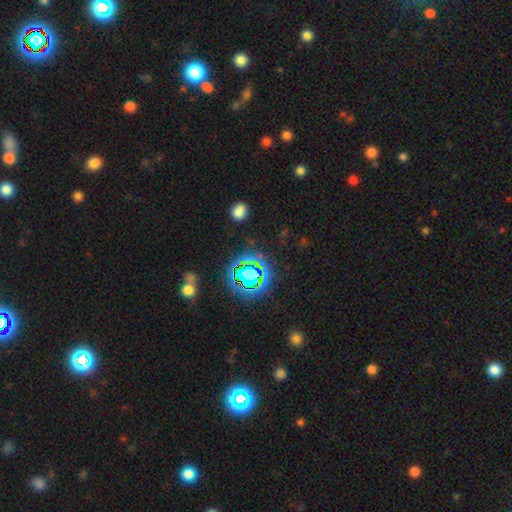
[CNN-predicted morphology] Q: Smooth or featured?
A: star or artifact (78%); runner-up: smooth (14%)